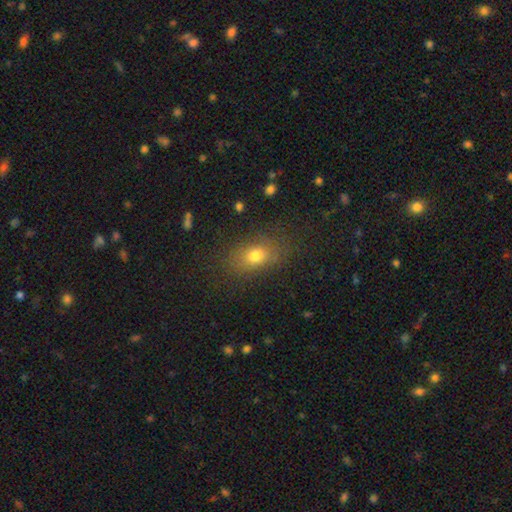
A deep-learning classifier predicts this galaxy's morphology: This appears to be a smooth galaxy with no disk features (75%) that is in between round and cigar-shaped (74%). Merging: none (79%).